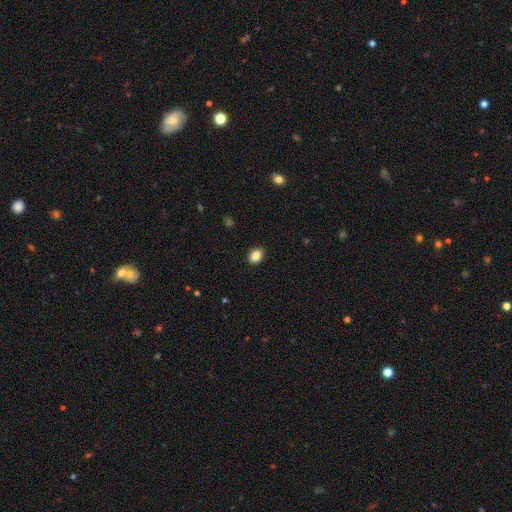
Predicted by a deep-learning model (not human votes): Smooth or featured? Predicted: smooth (p=0.87). How rounded? Predicted: in between (p=0.65). Merging? Predicted: none (p=0.90).